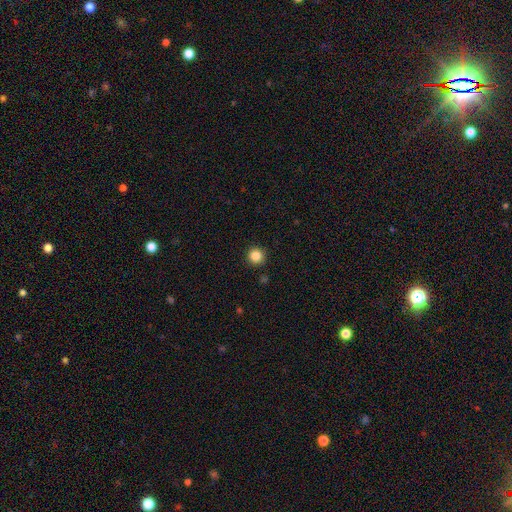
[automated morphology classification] This is clearly a smooth galaxy (85%). How rounded: clearly round (95%). Merging: clearly none (92%).